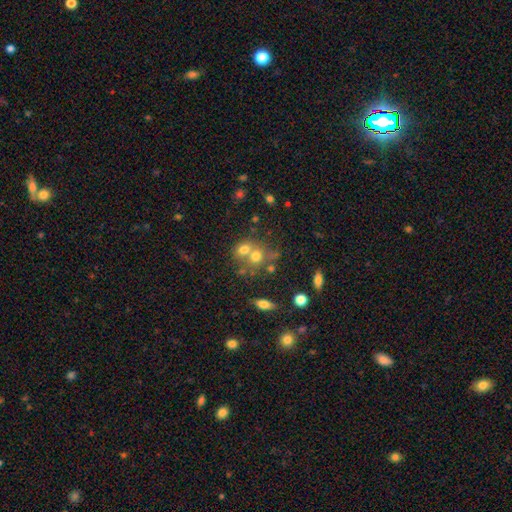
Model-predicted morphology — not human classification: Smooth or featured?
  - smooth: 64% *
  - featured or disk: 20%
  - star or artifact: 16%
How rounded?
  - round: 69% *
  - in between: 30%
  - cigar-shaped: 1%
Merging?
  - merger: 52% *
  - none: 36%
  - minor disturbance: 8%
  - major disturbance: 4%